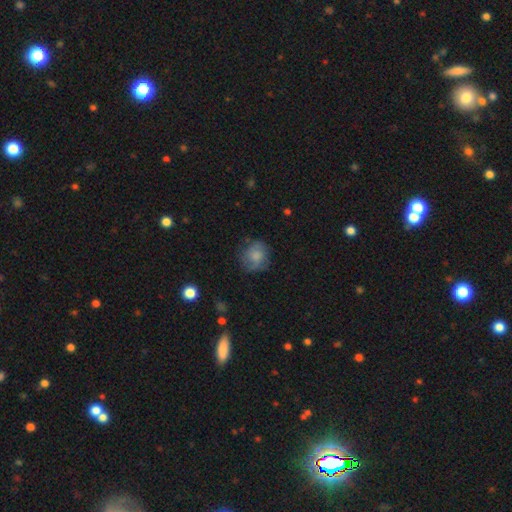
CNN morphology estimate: The model was most divided on "smooth or featured": smooth: 63%, featured or disk: 28%, star or artifact: 9%. More confident: how rounded — round (75%); merging — none (64%).